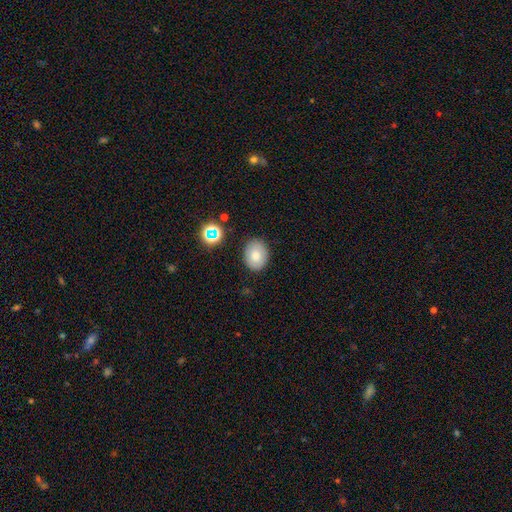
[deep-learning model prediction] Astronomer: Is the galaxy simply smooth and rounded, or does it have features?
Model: smooth — 78%.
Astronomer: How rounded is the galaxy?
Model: in between — 54% (runner-up: round, 45%).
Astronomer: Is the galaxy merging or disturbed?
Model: none — 85%.